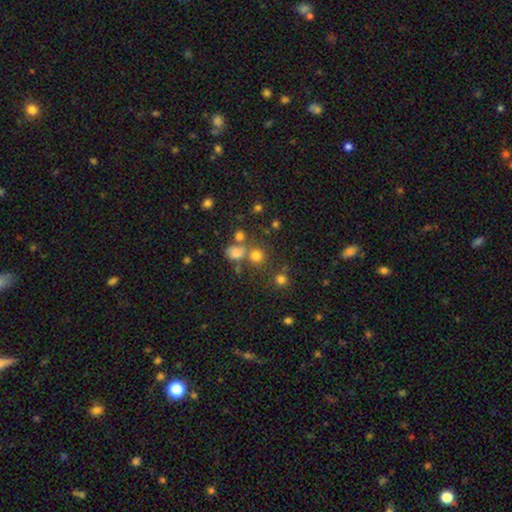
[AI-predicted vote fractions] Smooth or featured: smooth — 66% (star or artifact — 25%)
How rounded: round — 82% (in between — 17%)
Merging: none — 62% (merger — 25%)